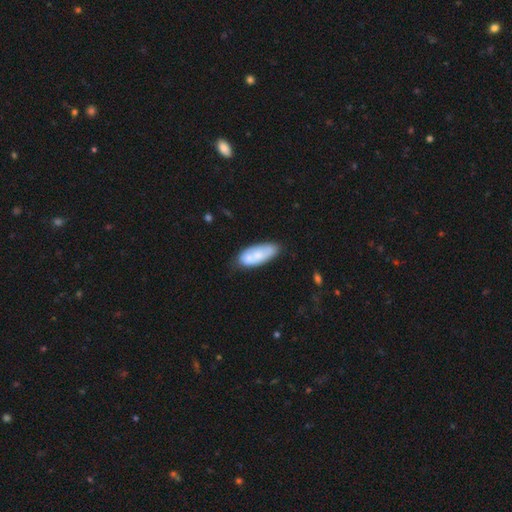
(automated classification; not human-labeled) Smooth or featured?
  - smooth: 65% *
  - featured or disk: 28%
  - star or artifact: 6%
How rounded?
  - in between: 83% *
  - cigar-shaped: 15%
  - round: 2%
Merging?
  - none: 63% *
  - minor disturbance: 23%
  - merger: 7%
  - major disturbance: 6%